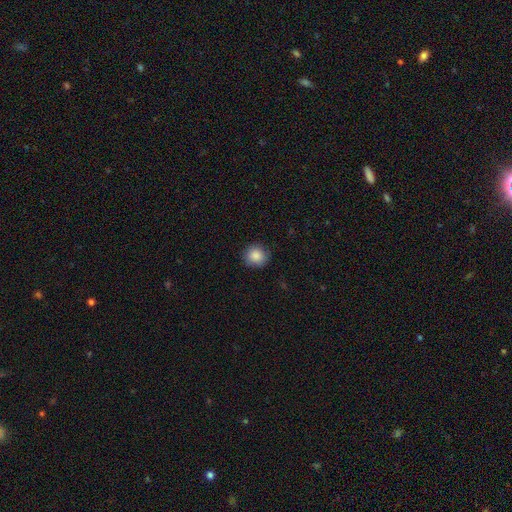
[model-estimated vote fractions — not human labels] Smooth or featured?
  - smooth: 87% *
  - star or artifact: 8%
  - featured or disk: 4%
How rounded?
  - round: 91% *
  - in between: 8%
  - cigar-shaped: 1%
Merging?
  - none: 87% *
  - minor disturbance: 10%
  - major disturbance: 2%
  - merger: 1%